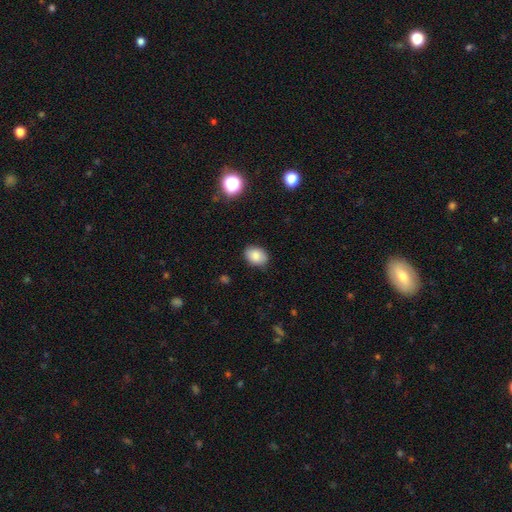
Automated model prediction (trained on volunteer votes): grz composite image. It shows a smooth galaxy with no disk features (85%) that is in between round and cigar-shaped (76%). Merging: none (86%).